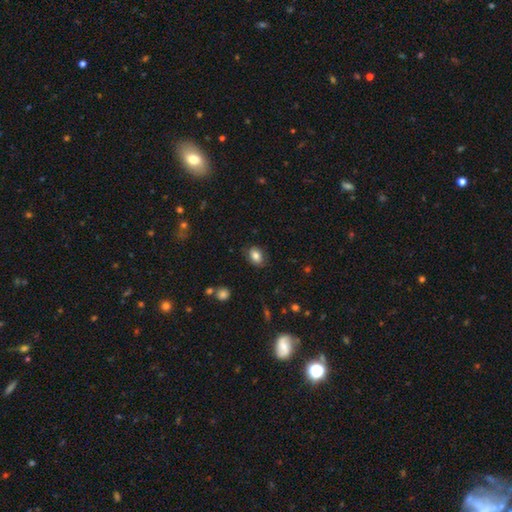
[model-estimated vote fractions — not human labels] Smooth or featured?
  - smooth: 80% *
  - featured or disk: 12%
  - star or artifact: 9%
How rounded?
  - in between: 75% *
  - round: 23%
  - cigar-shaped: 1%
Merging?
  - none: 82% *
  - minor disturbance: 14%
  - major disturbance: 4%
  - merger: 1%